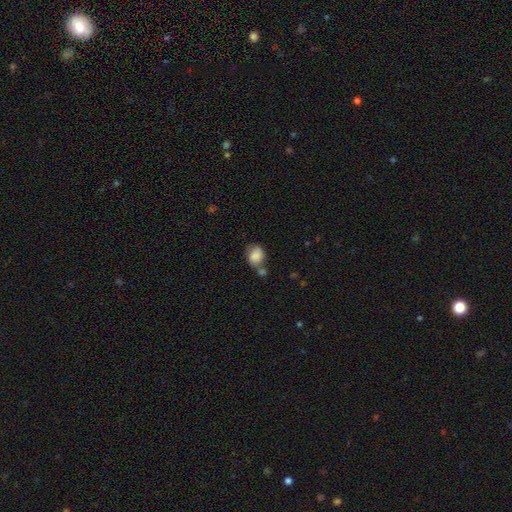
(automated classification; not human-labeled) Smooth or featured?
  - smooth: 81% *
  - featured or disk: 10%
  - star or artifact: 8%
How rounded?
  - round: 55% *
  - in between: 44%
  - cigar-shaped: 1%
Merging?
  - none: 43% *
  - merger: 27%
  - minor disturbance: 21%
  - major disturbance: 9%